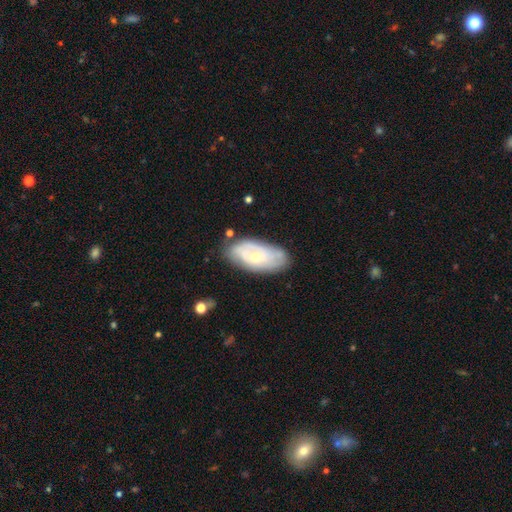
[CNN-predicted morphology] This appears to be a featured or disk galaxy (55%) with no bar (79%), spiral arms (64%) and a small central bulge (59%). Merging: none (70%).